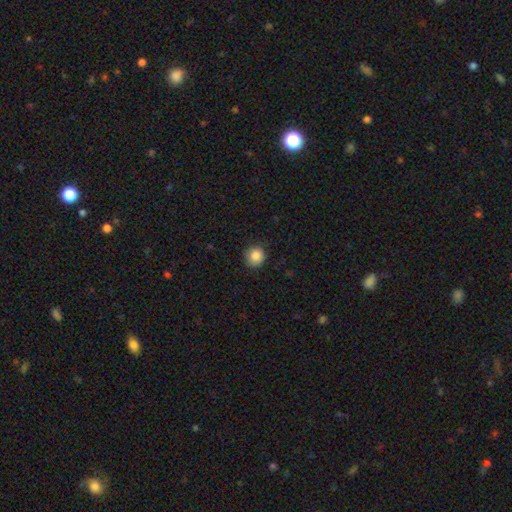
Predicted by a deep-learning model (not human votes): Q: Smooth or featured?
A: smooth (87%); runner-up: star or artifact (10%)
Q: How rounded?
A: round (92%); runner-up: in between (8%)
Q: Merging?
A: none (85%); runner-up: minor disturbance (11%)